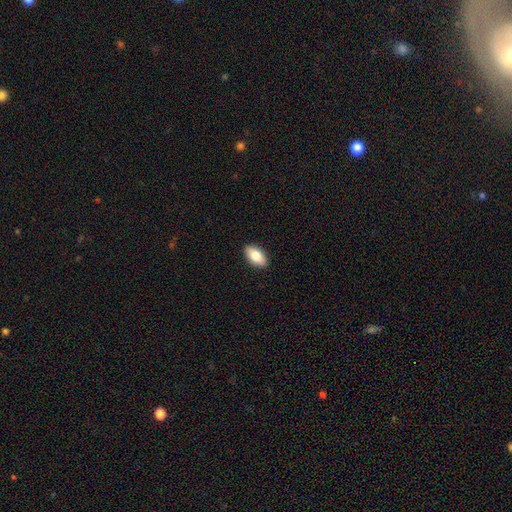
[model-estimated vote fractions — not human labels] Morphology: type=smooth (82%); roundness=in between (94%); merging=none (90%).